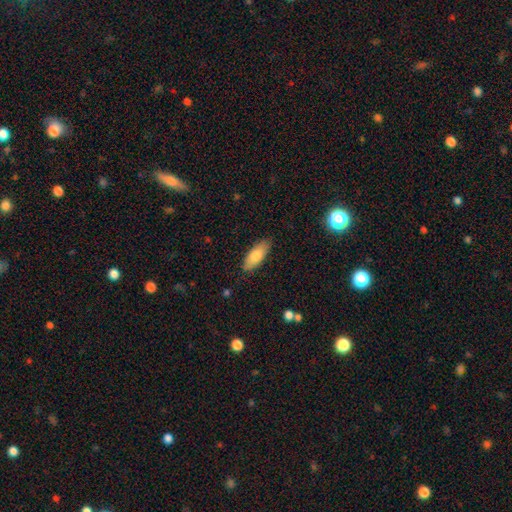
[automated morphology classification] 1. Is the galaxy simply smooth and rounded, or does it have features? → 77% smooth, 17% featured or disk, 7% star or artifact.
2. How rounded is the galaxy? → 75% in between, 22% cigar-shaped, 2% round.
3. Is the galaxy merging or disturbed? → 86% none, 10% minor disturbance, 2% major disturbance, 1% merger.